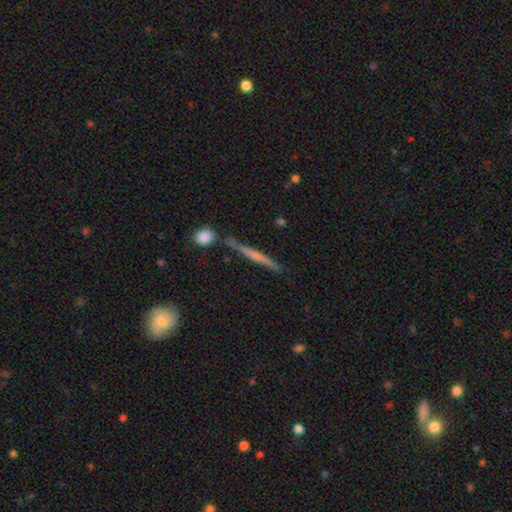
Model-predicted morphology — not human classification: A featured or disk galaxy (55%) viewed edge-on (96%) with no central bulge (59%). Merging: none (81%).